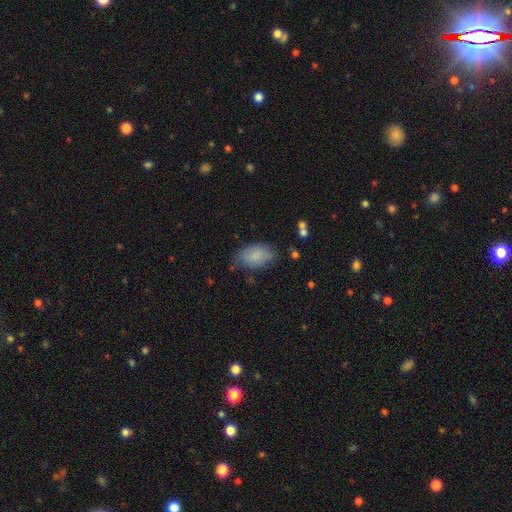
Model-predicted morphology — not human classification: Q: Smooth or featured?
A: smooth (84%); runner-up: featured or disk (9%)
Q: How rounded?
A: in between (93%); runner-up: round (5%)
Q: Merging?
A: none (69%); runner-up: minor disturbance (23%)